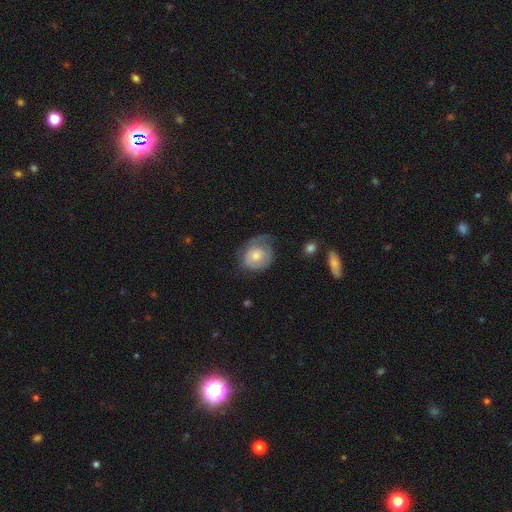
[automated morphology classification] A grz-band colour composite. It shows a smooth galaxy with no disk features (47%). Merging: none (44%).